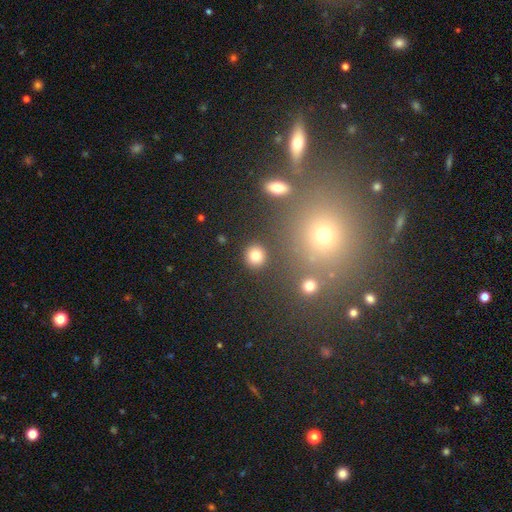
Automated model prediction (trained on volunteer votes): Morphology: type=smooth (80%); roundness=round (88%); merging=none (89%).